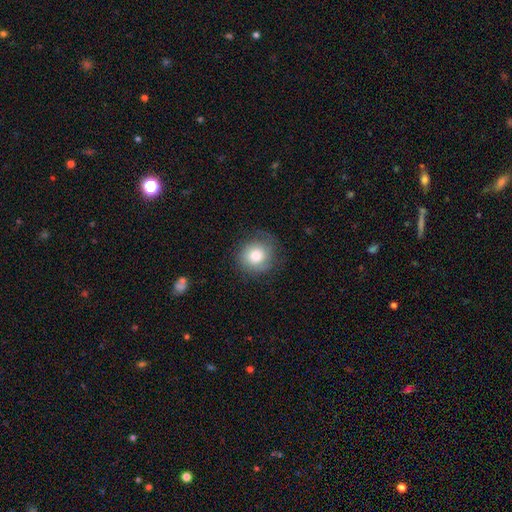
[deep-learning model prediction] Smooth or featured? smooth (69%)
How rounded? round (88%)
Merging? none (71%)